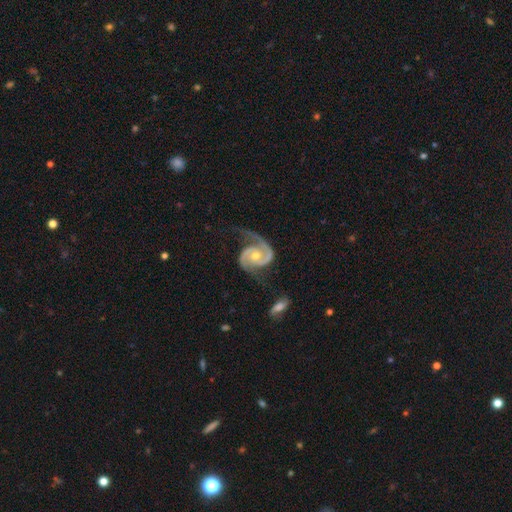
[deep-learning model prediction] featured or disk 93%, star or artifact 4%, smooth 3%. Down the decision tree: edge-on disk — no (98%); bar — no (66%); spiral arms — yes (98%); spiral arm count — 2 (90%); spiral winding — medium (53%); bulge size — moderate (57%); merging — none (60%).